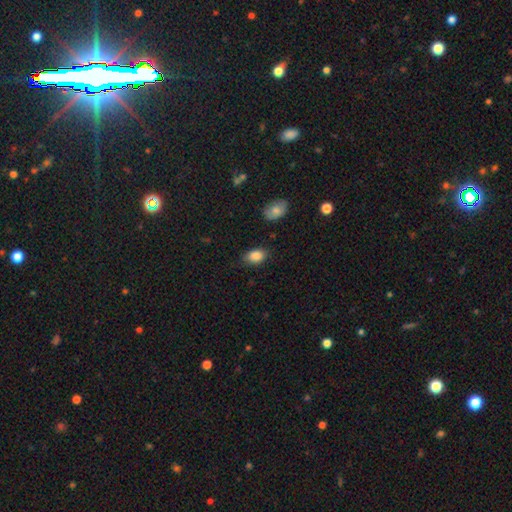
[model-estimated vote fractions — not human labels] Smooth or featured? Predicted: smooth (p=0.87). How rounded? Predicted: in between (p=0.87). Merging? Predicted: none (p=0.80).